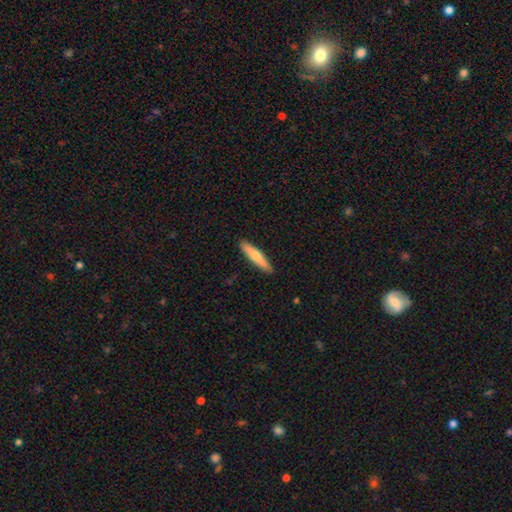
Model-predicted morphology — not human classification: smooth 69%, featured or disk 26%, star or artifact 5%. Down the decision tree: how rounded — cigar-shaped (86%); merging — none (90%).